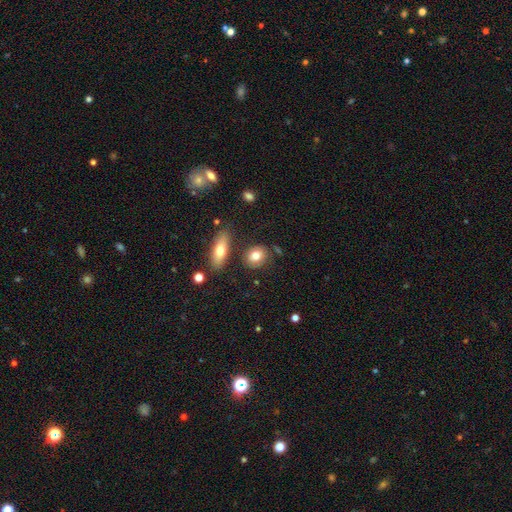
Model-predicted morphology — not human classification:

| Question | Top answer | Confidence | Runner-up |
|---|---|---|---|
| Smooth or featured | smooth | 78% | featured or disk (14%) |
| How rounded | round | 53% | in between (45%) |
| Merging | none | 74% | minor disturbance (15%) |